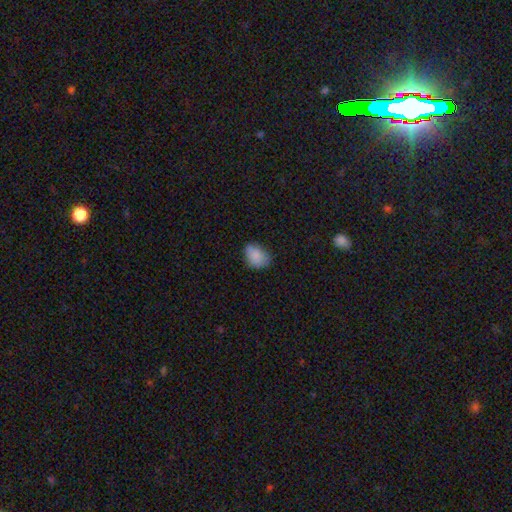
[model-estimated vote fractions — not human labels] This appears to be a smooth galaxy with no disk features (84%) that is in between round and cigar-shaped (71%). Merging: none (63%).